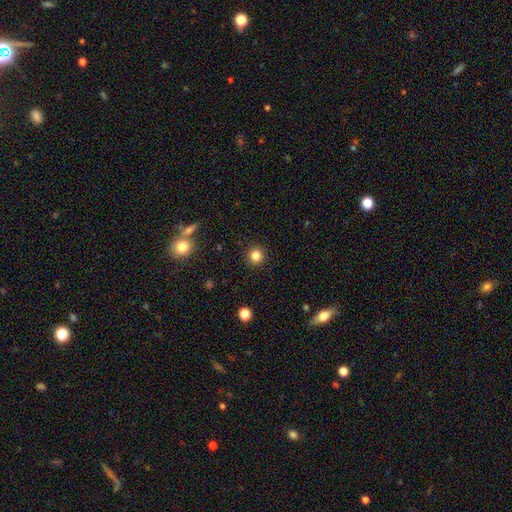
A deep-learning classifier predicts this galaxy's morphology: Smooth or featured? Predicted: smooth (p=0.83). How rounded? Predicted: round (p=0.95). Merging? Predicted: none (p=0.92).